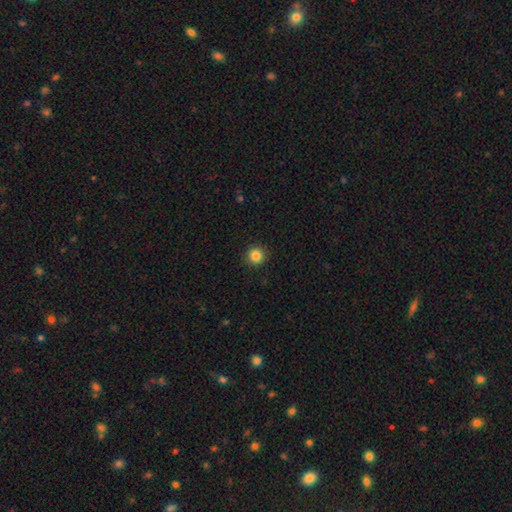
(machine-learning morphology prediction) This appears to be a smooth galaxy with no disk features (85%) that is round (95%). Merging: none (92%).